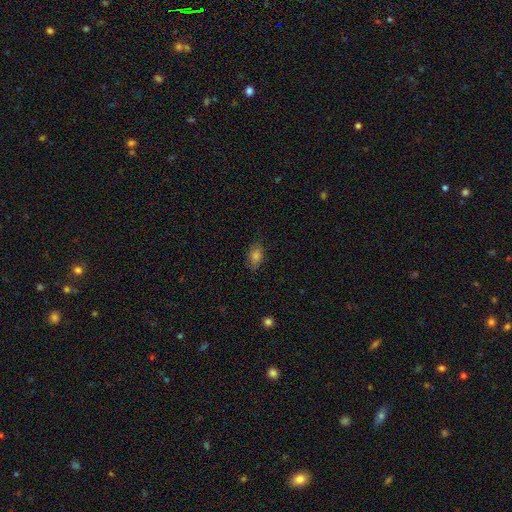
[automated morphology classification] A smooth galaxy with no disk features (76%) that is in between round and cigar-shaped (83%).

Vote fractions:
- Smooth or featured? smooth: 76% / star or artifact: 15% / featured or disk: 10%
- How rounded? in between: 83% / round: 14% / cigar-shaped: 3%
- Merging? none: 80% / minor disturbance: 15% / major disturbance: 3% / merger: 1%